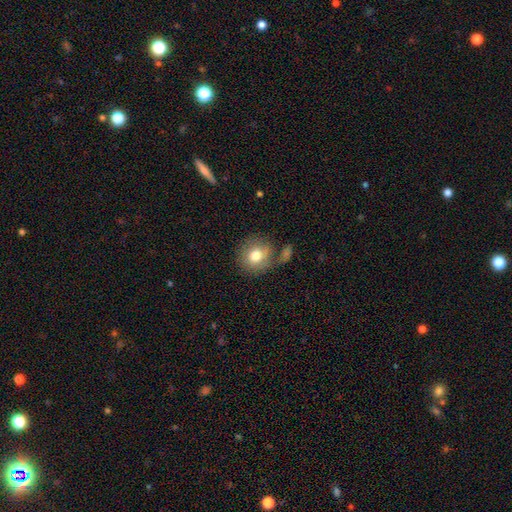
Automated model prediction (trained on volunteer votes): The model was most divided on "merging": none: 64%, minor disturbance: 16%, merger: 13%, major disturbance: 7%. More confident: how rounded — round (82%); smooth or featured — smooth (77%).